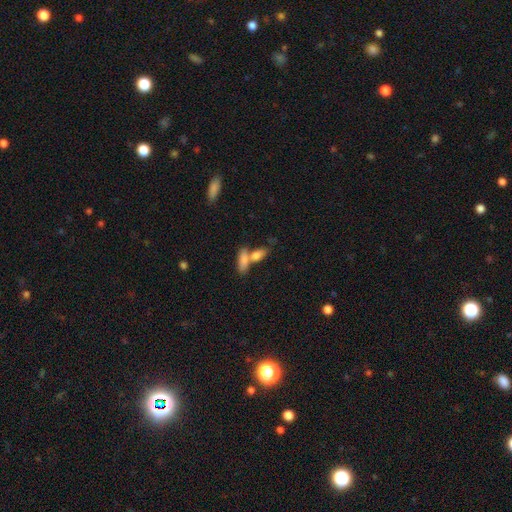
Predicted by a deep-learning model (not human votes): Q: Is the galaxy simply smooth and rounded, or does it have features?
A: smooth — 79%.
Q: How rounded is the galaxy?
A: in between — 76%.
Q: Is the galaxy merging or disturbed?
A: merger — 52%.